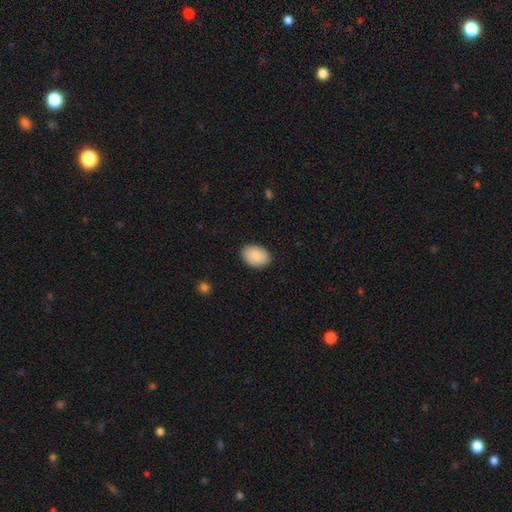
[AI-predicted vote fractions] smooth 89%, star or artifact 6%, featured or disk 5%. Down the decision tree: how rounded — in between (85%); merging — none (88%).